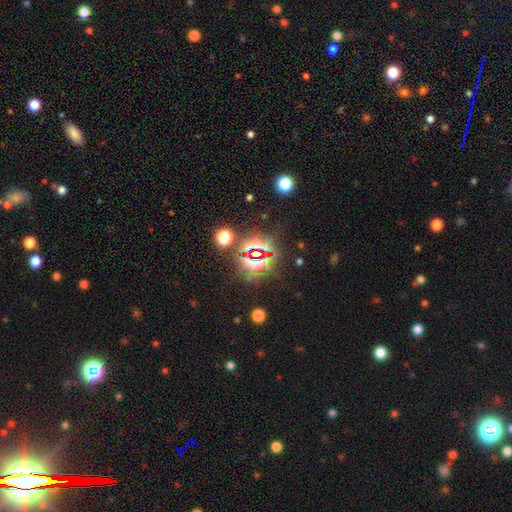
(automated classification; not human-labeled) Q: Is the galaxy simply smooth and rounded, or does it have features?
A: star or artifact — 76%.